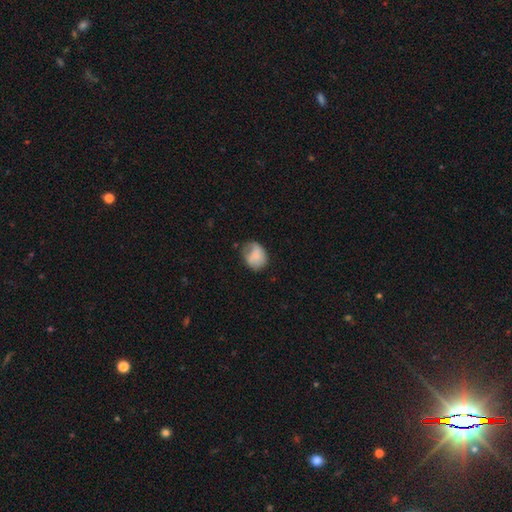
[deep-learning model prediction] smooth 78%, featured or disk 14%, star or artifact 8%. Down the decision tree: how rounded — round (55%); merging — none (51%).